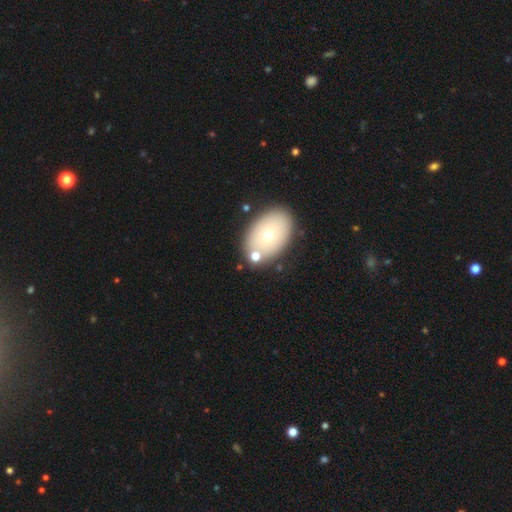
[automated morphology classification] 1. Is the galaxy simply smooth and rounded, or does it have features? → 67% smooth, 24% featured or disk, 9% star or artifact.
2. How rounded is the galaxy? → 83% in between, 15% round, 1% cigar-shaped.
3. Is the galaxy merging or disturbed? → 75% none, 11% minor disturbance, 10% merger, 4% major disturbance.